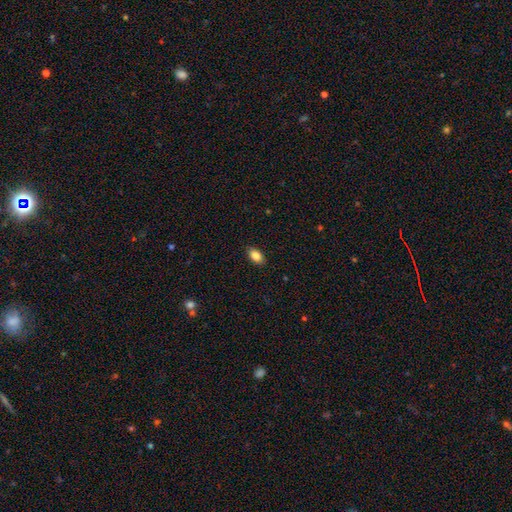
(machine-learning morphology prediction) This is clearly a smooth galaxy (86%). How rounded: clearly in between (90%). Merging: clearly none (88%).